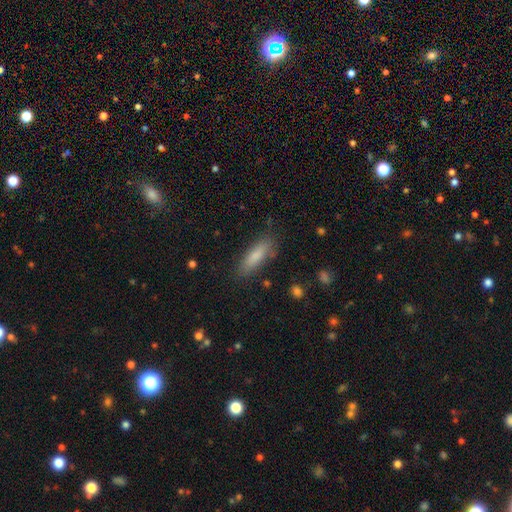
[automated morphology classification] This is clearly a smooth galaxy (81%). How rounded: possibly cigar-shaped (52%). Merging: clearly none (82%).